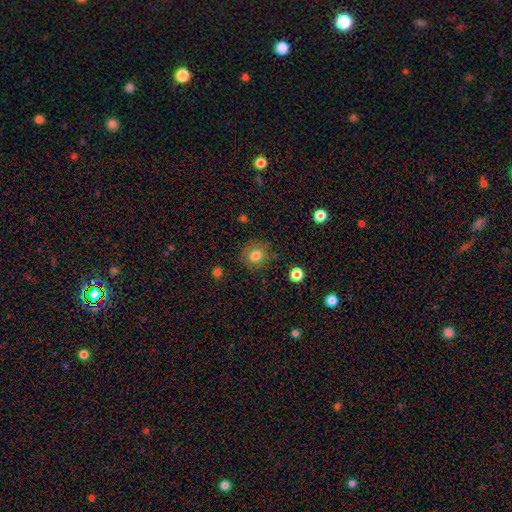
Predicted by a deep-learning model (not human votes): smooth-or-featured: smooth: 79% | star or artifact: 11% | featured or disk: 10%
  how-rounded: round: 83% | in between: 16% | cigar-shaped: 1%
  merging: none: 82% | minor disturbance: 13% | major disturbance: 4% | merger: 2%